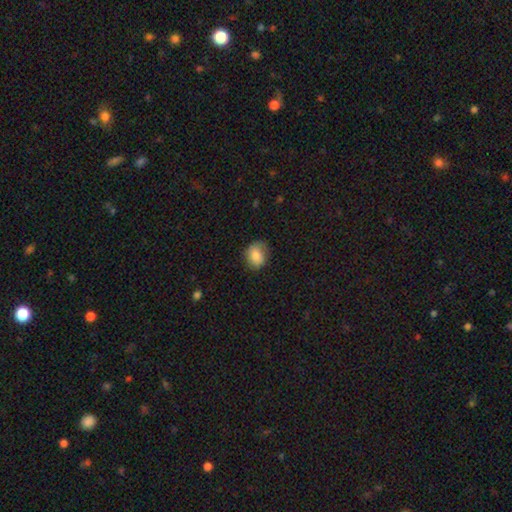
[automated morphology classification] A smooth galaxy with no disk features (80%) that is round (57%). Merging: none (70%).